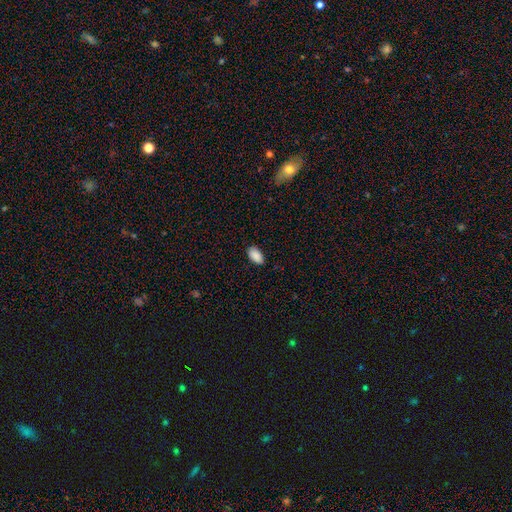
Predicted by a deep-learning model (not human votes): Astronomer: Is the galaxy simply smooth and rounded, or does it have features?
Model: smooth — 90%.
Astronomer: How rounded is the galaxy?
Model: in between — 95%.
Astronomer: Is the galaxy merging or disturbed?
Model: none — 84%.